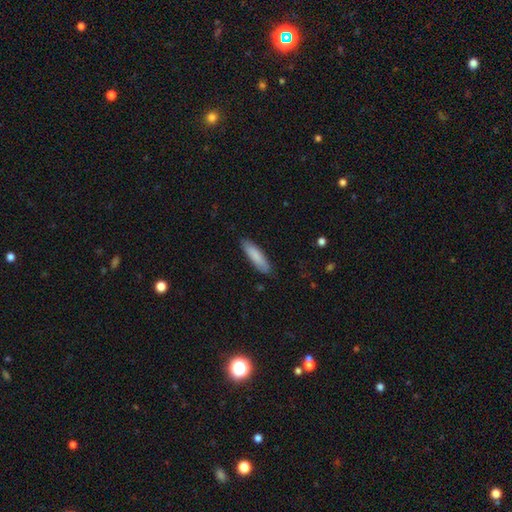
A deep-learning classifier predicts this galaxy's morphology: Overall: smooth (84%). How rounded: cigar-shaped (72%). Merging: none (87%).